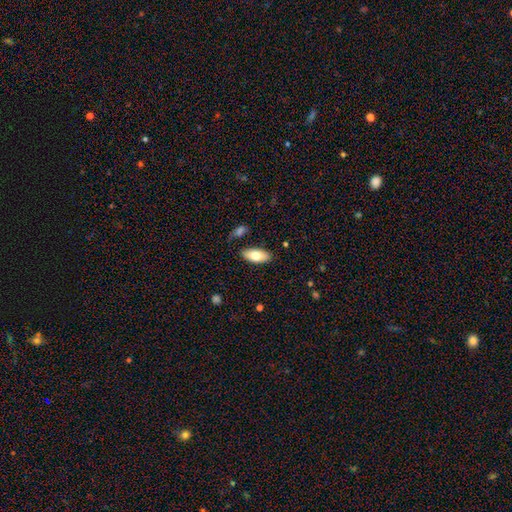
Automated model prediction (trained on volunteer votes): Smooth or featured? Predicted: smooth (p=0.73). How rounded? Predicted: in between (p=0.88). Merging? Predicted: none (p=0.83).